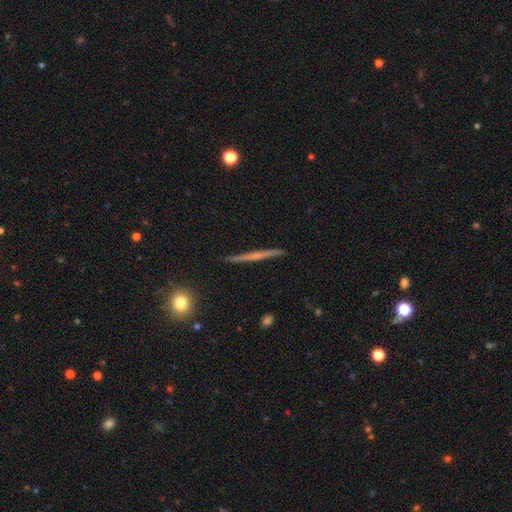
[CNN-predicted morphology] Q: Smooth or featured?
A: featured or disk (63%); runner-up: smooth (30%)
Q: Edge-on disk?
A: yes (98%); runner-up: no (2%)
Q: Edge-on bulge?
A: none (67%); runner-up: rounded (26%)
Q: Merging?
A: none (91%); runner-up: minor disturbance (7%)